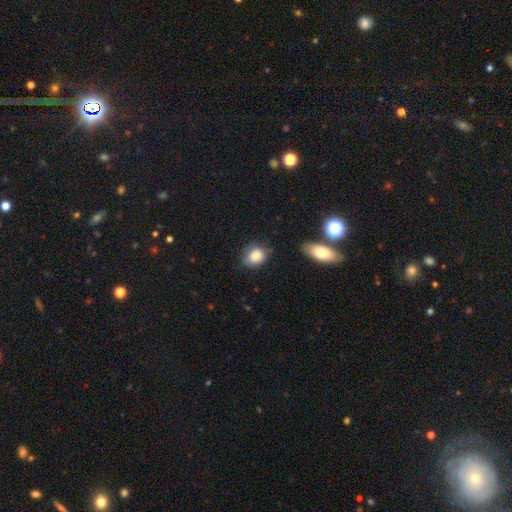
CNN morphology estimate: Smooth or featured?
  - smooth: 84% *
  - featured or disk: 9%
  - star or artifact: 8%
How rounded?
  - round: 50% *
  - in between: 49%
  - cigar-shaped: 1%
Merging?
  - none: 64% *
  - minor disturbance: 27%
  - major disturbance: 7%
  - merger: 3%